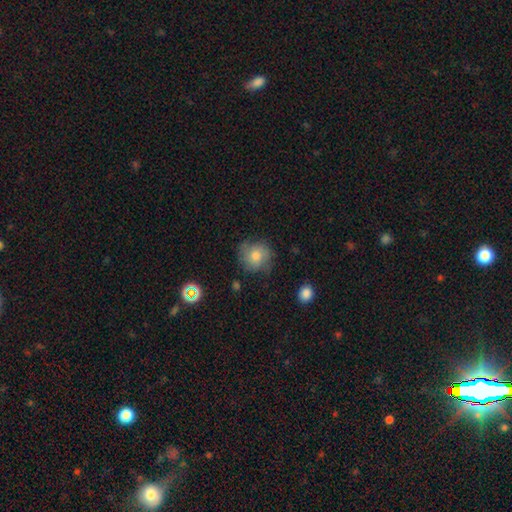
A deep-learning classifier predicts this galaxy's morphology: Smooth or featured? Predicted: smooth (p=0.58). How rounded? Predicted: round (p=0.85). Merging? Predicted: none (p=0.69).